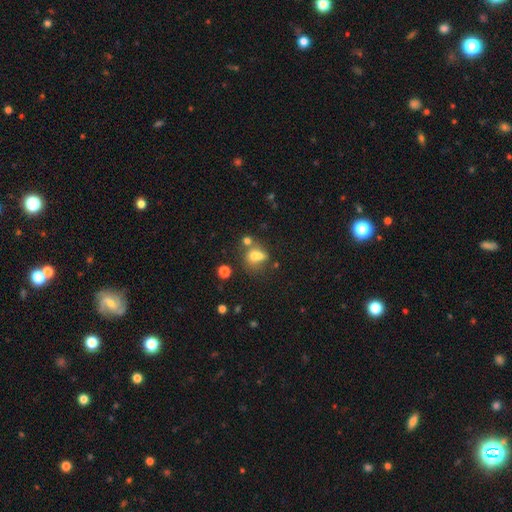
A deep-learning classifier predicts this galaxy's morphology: smooth-or-featured: smooth: 65% | featured or disk: 19% | star or artifact: 17%
  how-rounded: round: 50% | in between: 47% | cigar-shaped: 2%
  merging: merger: 46% | none: 33% | minor disturbance: 12% | major disturbance: 9%